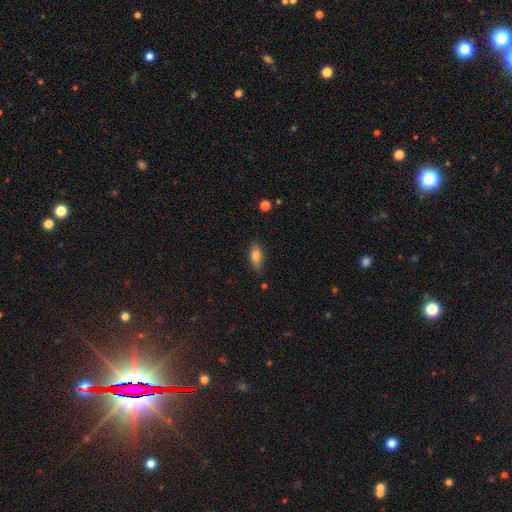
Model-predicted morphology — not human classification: Smooth or featured?
  - smooth: 74% *
  - featured or disk: 18%
  - star or artifact: 8%
How rounded?
  - in between: 76% *
  - cigar-shaped: 20%
  - round: 4%
Merging?
  - none: 76% *
  - minor disturbance: 18%
  - major disturbance: 3%
  - merger: 2%